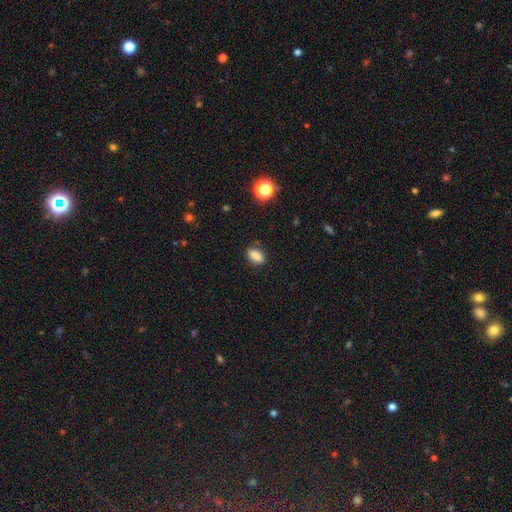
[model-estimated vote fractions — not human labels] Smooth or featured?
  - smooth: 84% *
  - star or artifact: 10%
  - featured or disk: 5%
How rounded?
  - in between: 84% *
  - round: 9%
  - cigar-shaped: 7%
Merging?
  - none: 86% *
  - minor disturbance: 10%
  - major disturbance: 3%
  - merger: 1%